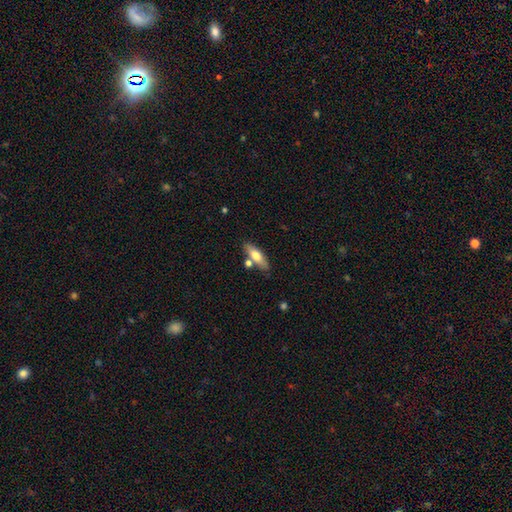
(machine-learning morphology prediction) This appears to be a smooth galaxy with no disk features (63%) that is in between round and cigar-shaped (51%). Merging: none (71%).